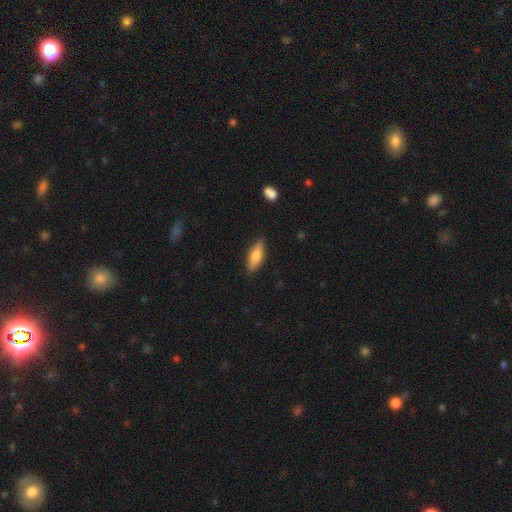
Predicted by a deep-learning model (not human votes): This is likely a smooth galaxy (73%). How rounded: possibly in between (57%). Merging: clearly none (85%).